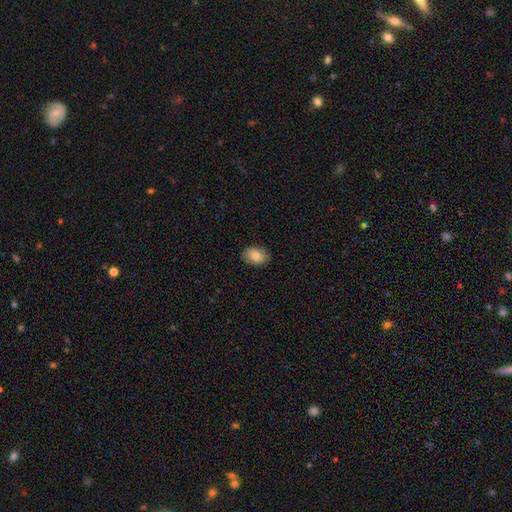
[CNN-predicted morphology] Overall: smooth (82%). How rounded: in between (82%). Merging: none (88%).